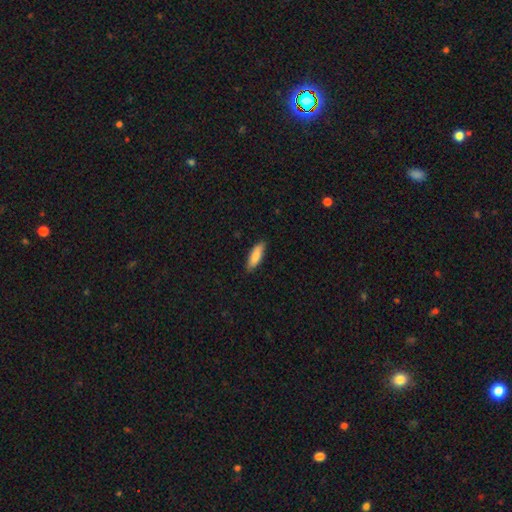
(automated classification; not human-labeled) A smooth galaxy with no disk features (86%) that is in between round and cigar-shaped (52%).

Vote fractions:
- Smooth or featured? smooth: 86% / featured or disk: 8% / star or artifact: 5%
- How rounded? in between: 52% / cigar-shaped: 46% / round: 2%
- Merging? none: 87% / minor disturbance: 10% / major disturbance: 2% / merger: 1%